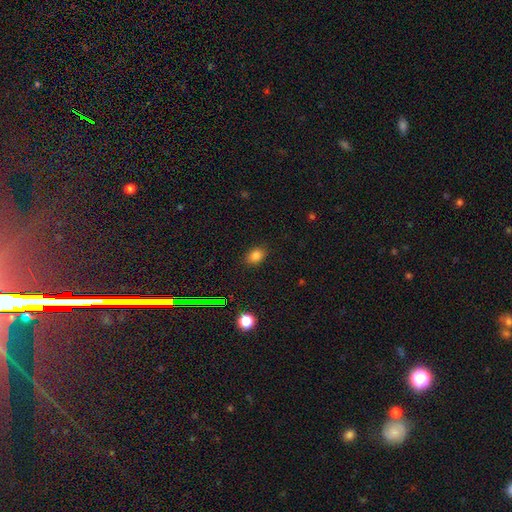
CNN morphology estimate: smooth 80%, star or artifact 14%, featured or disk 6%. Down the decision tree: how rounded — in between (68%); merging — none (86%).